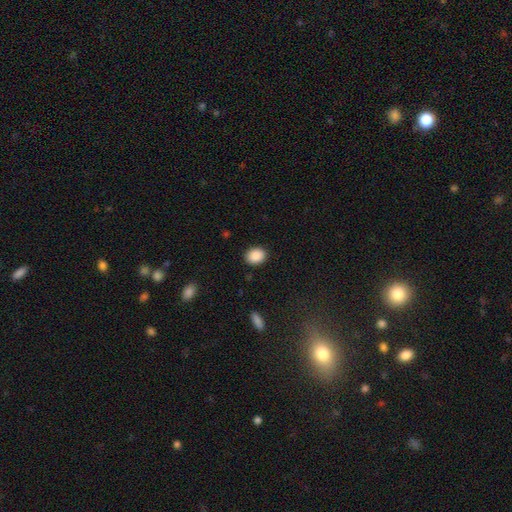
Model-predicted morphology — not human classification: Smooth or featured? smooth (89%)
How rounded? round (51%)
Merging? none (89%)